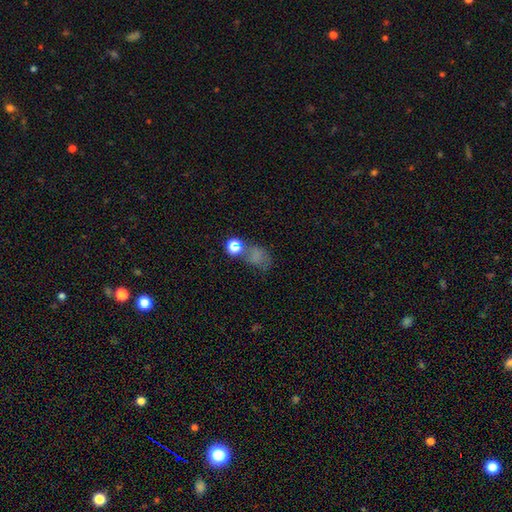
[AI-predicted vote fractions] Overall: smooth (57%; star or artifact 28%). How rounded: in between (69%; round 29%). Merging: none (41%; major disturbance 20%).